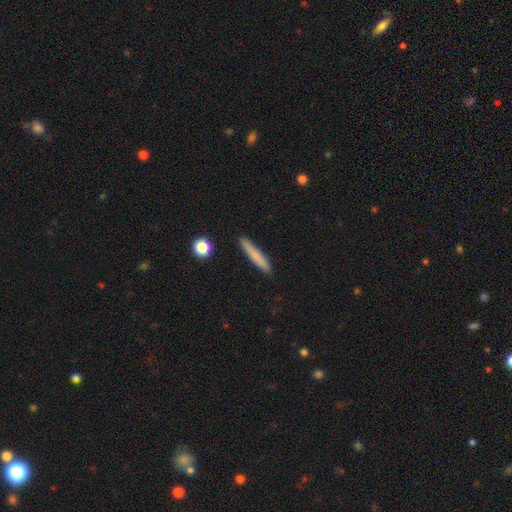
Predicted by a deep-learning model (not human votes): smooth-or-featured: smooth: 76% | featured or disk: 17% | star or artifact: 7%
  how-rounded: cigar-shaped: 94% | in between: 5% | round: 1%
  merging: none: 89% | minor disturbance: 8% | merger: 2% | major disturbance: 2%